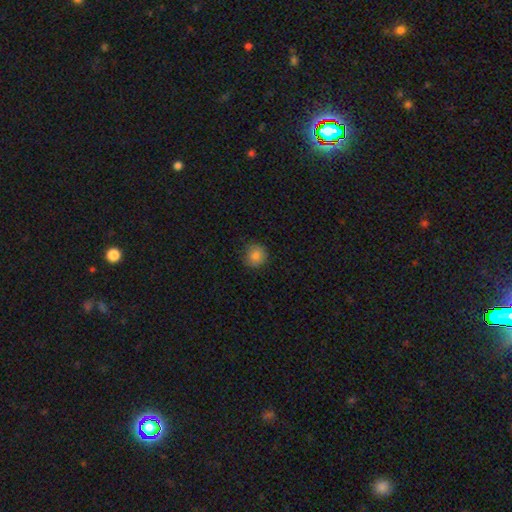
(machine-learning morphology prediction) Q: Smooth or featured?
A: smooth (82%); runner-up: star or artifact (10%)
Q: How rounded?
A: round (89%); runner-up: in between (10%)
Q: Merging?
A: none (83%); runner-up: minor disturbance (13%)